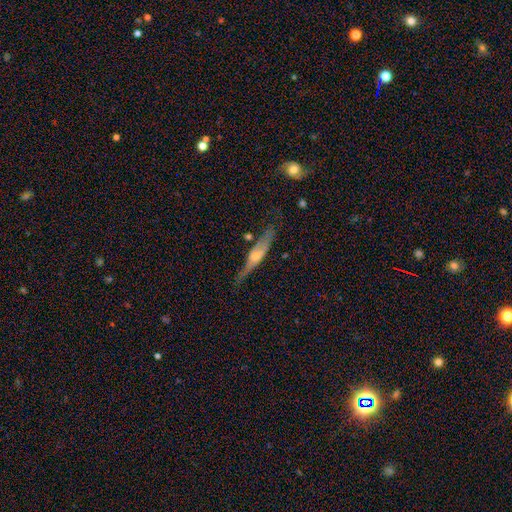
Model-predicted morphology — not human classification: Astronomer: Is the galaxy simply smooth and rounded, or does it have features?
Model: featured or disk — 69%.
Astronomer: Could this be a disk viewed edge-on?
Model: yes — 89%.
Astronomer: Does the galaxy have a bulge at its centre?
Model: rounded — 74%.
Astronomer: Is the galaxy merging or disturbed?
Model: none — 71%.